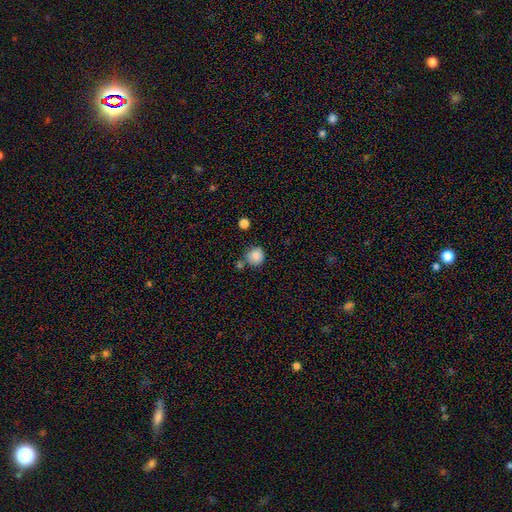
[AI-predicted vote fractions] A smooth galaxy with no disk features (85%) that is round (89%).

Vote fractions:
- Smooth or featured? smooth: 85% / star or artifact: 9% / featured or disk: 6%
- How rounded? round: 89% / in between: 10% / cigar-shaped: 1%
- Merging? none: 68% / minor disturbance: 15% / merger: 13% / major disturbance: 4%